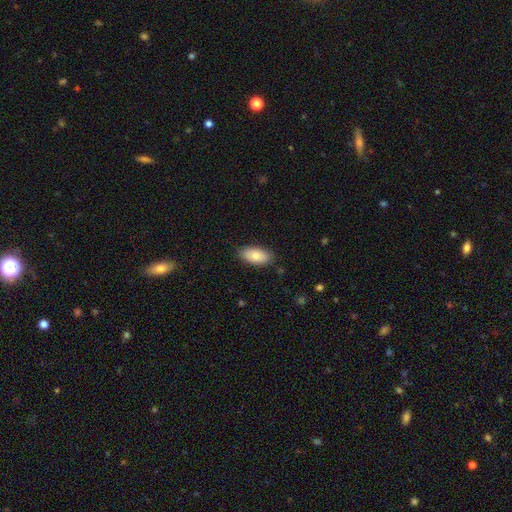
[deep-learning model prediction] Smooth or featured? smooth (80%)
How rounded? in between (92%)
Merging? none (86%)